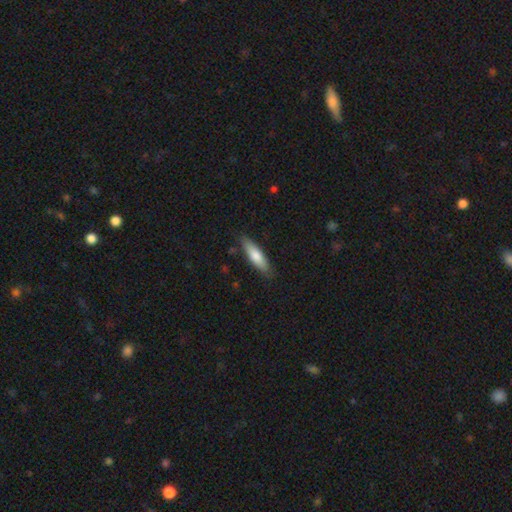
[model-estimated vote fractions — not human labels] A smooth galaxy with no disk features (74%) that is cigar-shaped (61%).

Vote fractions:
- Smooth or featured? smooth: 74% / featured or disk: 21% / star or artifact: 5%
- How rounded? cigar-shaped: 61% / in between: 37% / round: 2%
- Merging? none: 83% / minor disturbance: 13% / major disturbance: 2% / merger: 1%